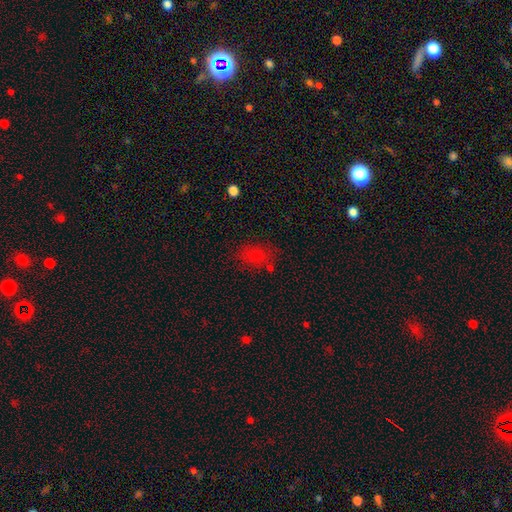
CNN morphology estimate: smooth 64%, star or artifact 25%, featured or disk 11%. Down the decision tree: how rounded — in between (74%); merging — none (74%).